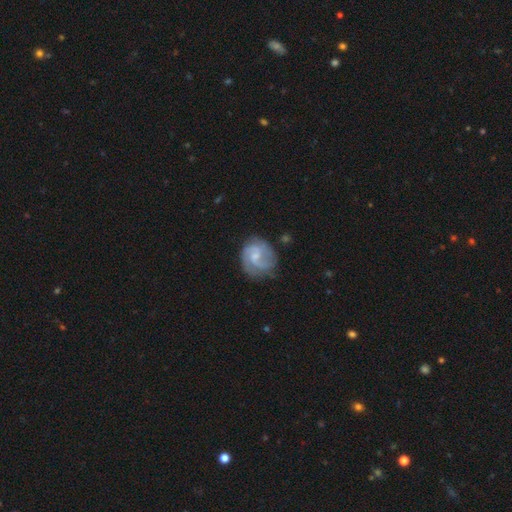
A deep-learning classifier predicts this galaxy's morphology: Smooth or featured?
  - featured or disk: 82% *
  - smooth: 13%
  - star or artifact: 5%
Edge-on disk?
  - no: 98% *
  - yes: 2%
Bar?
  - weak: 51% *
  - no: 42%
  - strong: 7%
Spiral arms?
  - yes: 96% *
  - no: 4%
Spiral winding?
  - medium: 51% *
  - tight: 32%
  - loose: 17%
Spiral arm count?
  - 2: 74% *
  - 3: 9%
  - can't tell: 9%
  - 1: 4%
  - 4: 2%
  - more than 4: 2%
Bulge size?
  - small: 53% *
  - moderate: 31%
  - none: 13%
  - large: 2%
  - dominant: 1%
Merging?
  - none: 69% *
  - minor disturbance: 20%
  - major disturbance: 8%
  - merger: 2%